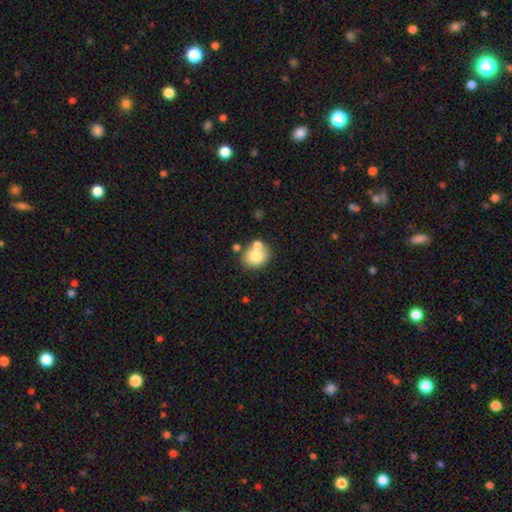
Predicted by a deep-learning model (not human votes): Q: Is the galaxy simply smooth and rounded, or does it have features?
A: smooth — 76%.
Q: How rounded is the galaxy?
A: round — 51%.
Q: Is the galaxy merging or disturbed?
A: none — 57%.